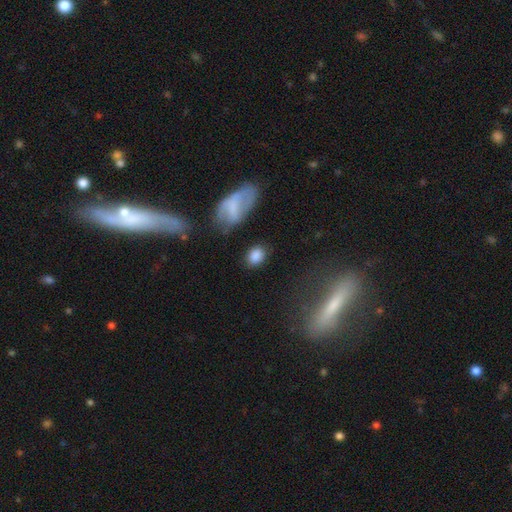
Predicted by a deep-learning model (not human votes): Q: Smooth or featured?
A: smooth (84%); runner-up: star or artifact (9%)
Q: How rounded?
A: in between (70%); runner-up: round (28%)
Q: Merging?
A: none (73%); runner-up: minor disturbance (17%)